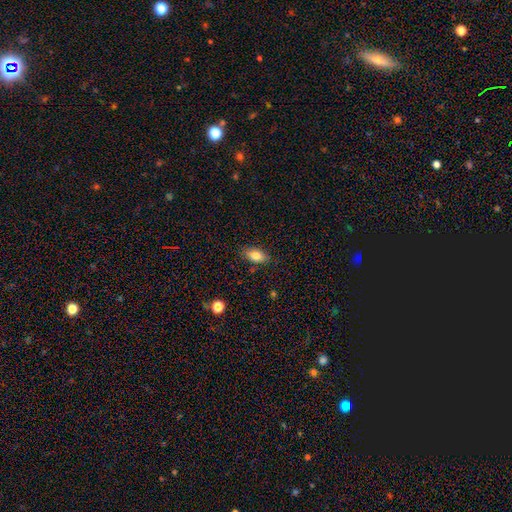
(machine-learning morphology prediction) smooth-or-featured: smooth: 81% | featured or disk: 10% | star or artifact: 8%
  how-rounded: in between: 87% | cigar-shaped: 7% | round: 5%
  merging: none: 83% | minor disturbance: 13% | major disturbance: 3% | merger: 1%